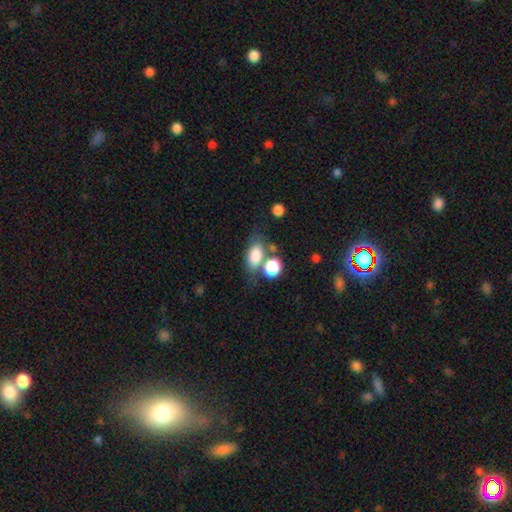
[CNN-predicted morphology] smooth 81%, featured or disk 11%, star or artifact 9%. Down the decision tree: how rounded — in between (80%); merging — none (44%).